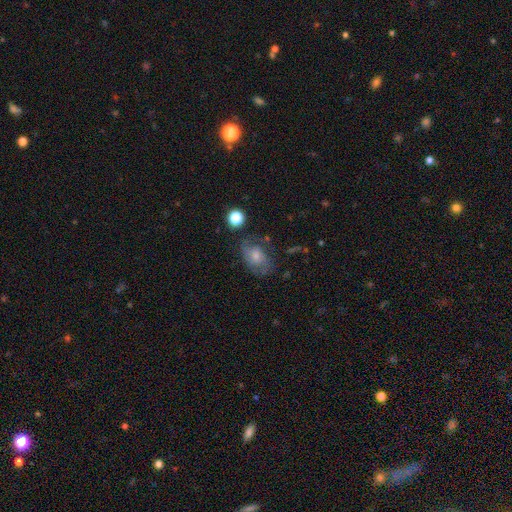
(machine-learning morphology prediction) smooth_or_featured: featured or disk (p=0.48) [alt: smooth p=0.43]
merging: none (p=0.58) [alt: minor disturbance p=0.24]